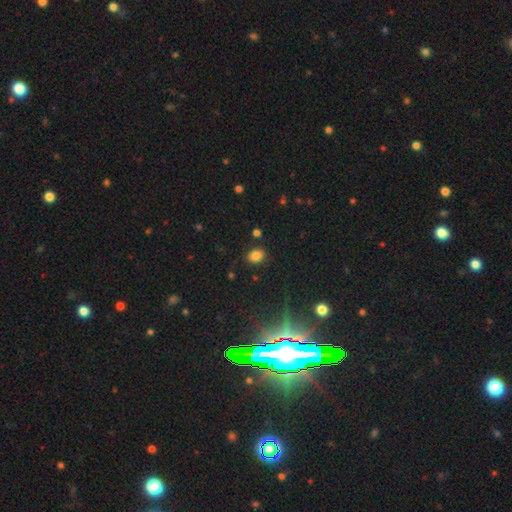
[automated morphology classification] smooth 80%, star or artifact 14%, featured or disk 6%. Down the decision tree: how rounded — in between (57%); merging — none (85%).